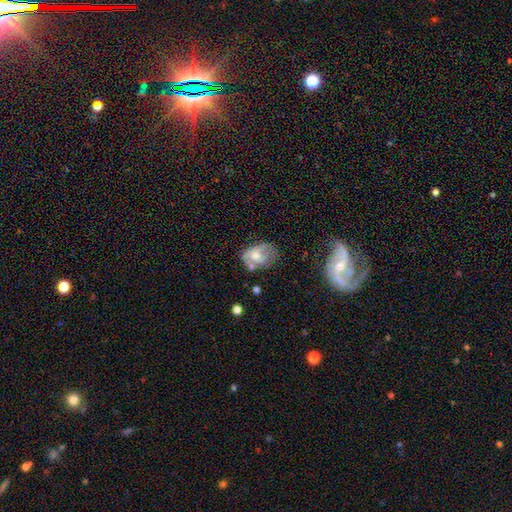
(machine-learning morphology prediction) smooth_or_featured: smooth (p=0.55) [alt: featured or disk p=0.37]
how_rounded: in between (p=0.80) [alt: round p=0.19]
merging: none (p=0.43) [alt: minor disturbance p=0.31]